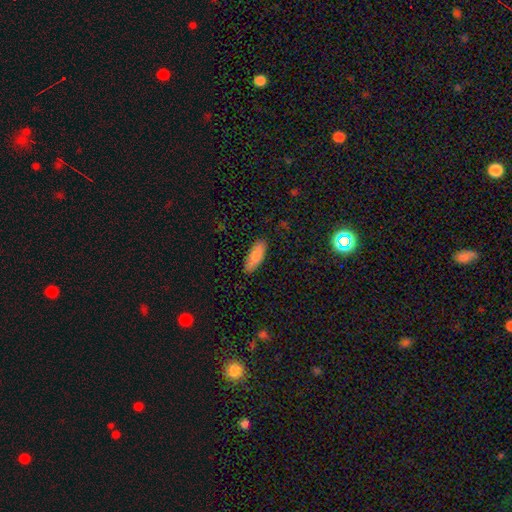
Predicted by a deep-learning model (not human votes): Morphology: type=smooth (86%); roundness=in between (67%); merging=none (86%).